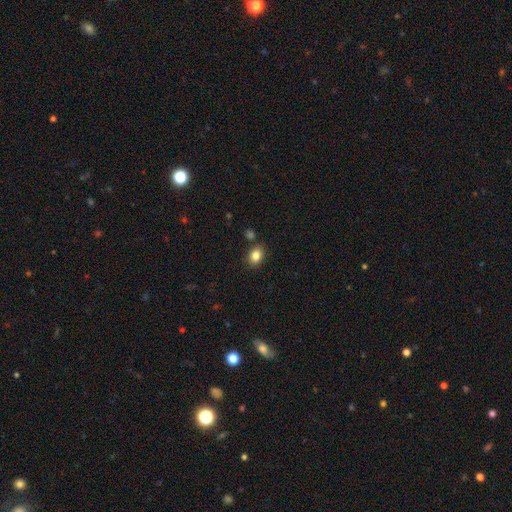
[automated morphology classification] smooth 83%, star or artifact 10%, featured or disk 7%. Down the decision tree: how rounded — in between (62%); merging — none (82%).